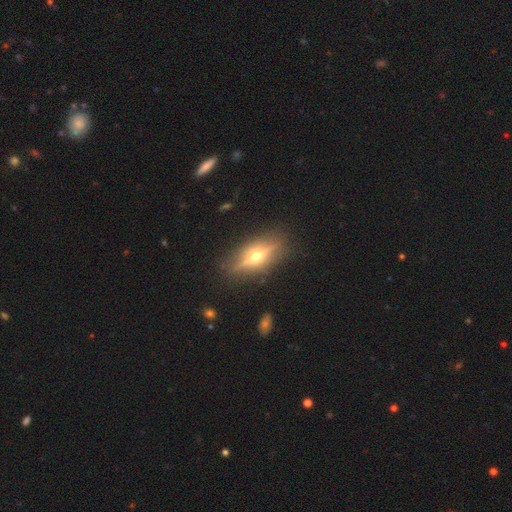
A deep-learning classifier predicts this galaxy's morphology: Overall: featured or disk (74%). Edge-on disk: yes (92%). Edge-on bulge: rounded (95%). Merging: none (85%).